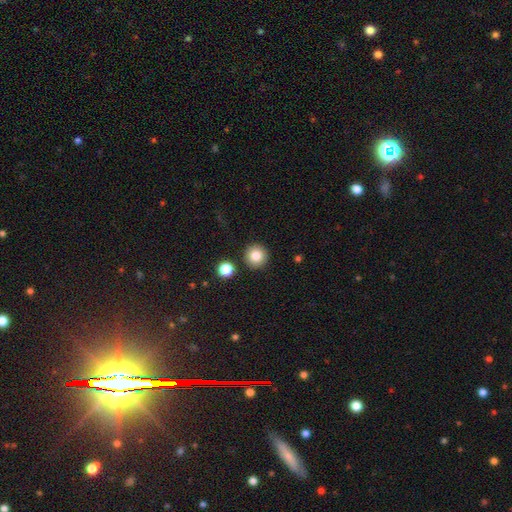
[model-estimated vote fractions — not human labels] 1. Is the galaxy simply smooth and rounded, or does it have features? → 84% smooth, 10% star or artifact, 6% featured or disk.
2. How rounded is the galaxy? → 94% round, 5% in between, 1% cigar-shaped.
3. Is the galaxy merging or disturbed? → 90% none, 5% minor disturbance, 3% merger, 2% major disturbance.